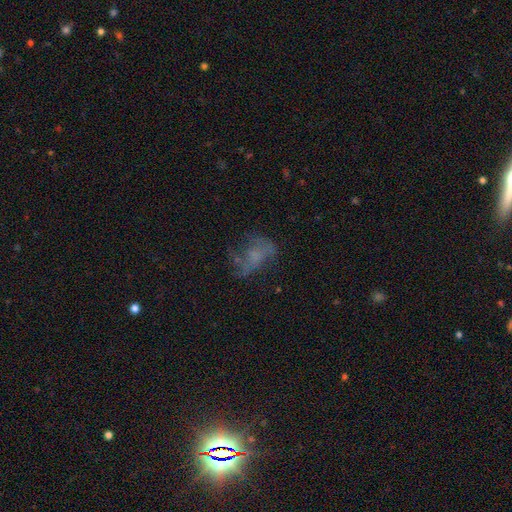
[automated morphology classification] The model was most divided on "merging": none: 42%, major disturbance: 34%, minor disturbance: 21%, merger: 4%. Remaining: smooth or featured — featured or disk (46%).